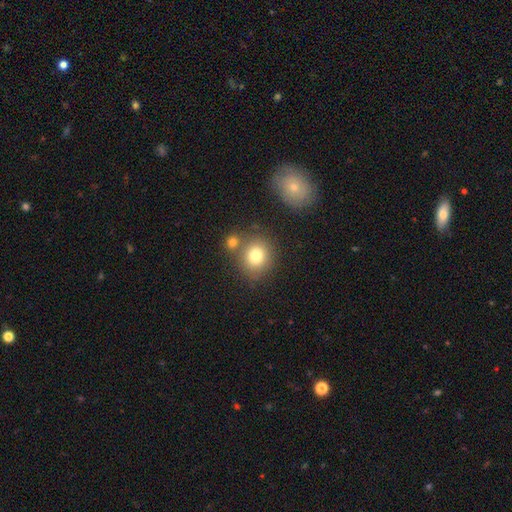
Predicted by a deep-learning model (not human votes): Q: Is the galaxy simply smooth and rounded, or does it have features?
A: smooth — 78%.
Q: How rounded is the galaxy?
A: round — 81%.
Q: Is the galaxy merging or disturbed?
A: none — 65%.